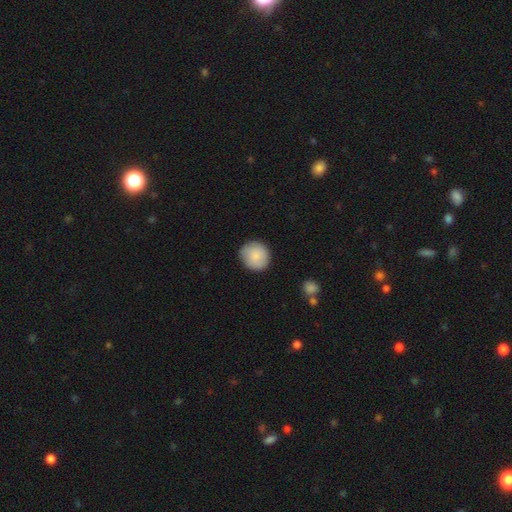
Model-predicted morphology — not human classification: Q: Smooth or featured?
A: smooth (87%); runner-up: featured or disk (7%)
Q: How rounded?
A: round (91%); runner-up: in between (8%)
Q: Merging?
A: none (85%); runner-up: minor disturbance (11%)